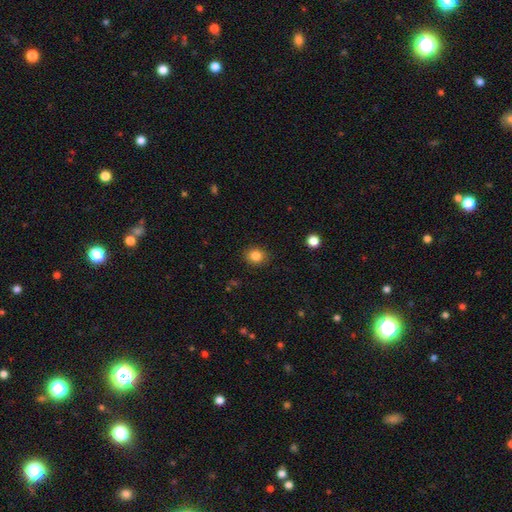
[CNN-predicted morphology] type=smooth (83%); roundness=round (72%); merging=none (89%).